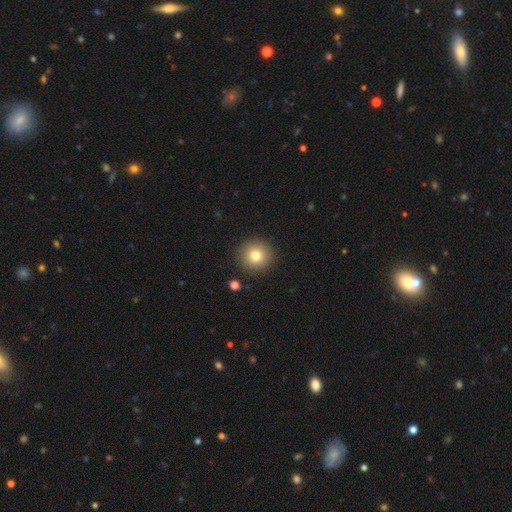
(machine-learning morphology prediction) type=smooth (79%); roundness=round (94%); merging=none (91%).